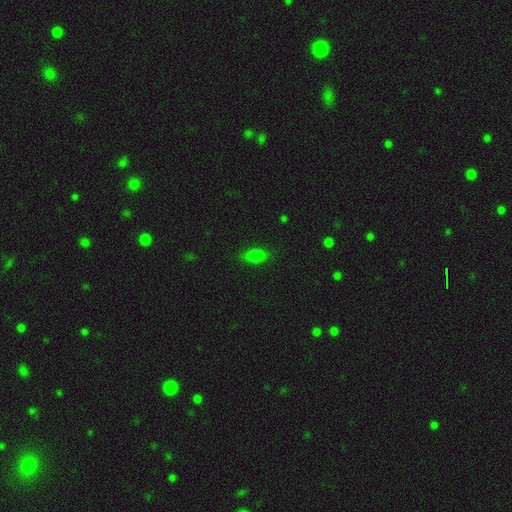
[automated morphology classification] smooth_or_featured: smooth (p=0.78) [alt: star or artifact p=0.14]
how_rounded: in between (p=0.82) [alt: round p=0.11]
merging: none (p=0.82) [alt: minor disturbance p=0.14]